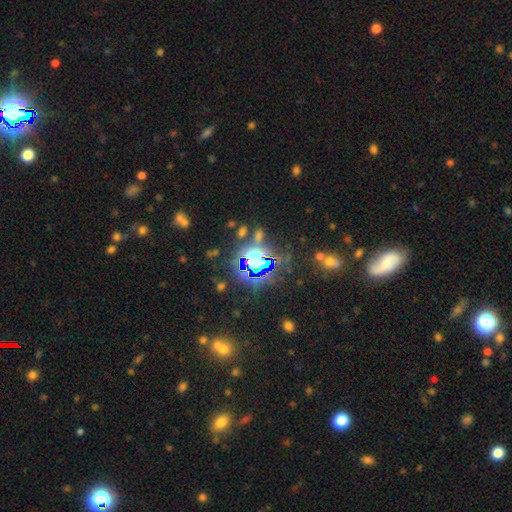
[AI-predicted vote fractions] A star or artifact, not a galaxy (77%).